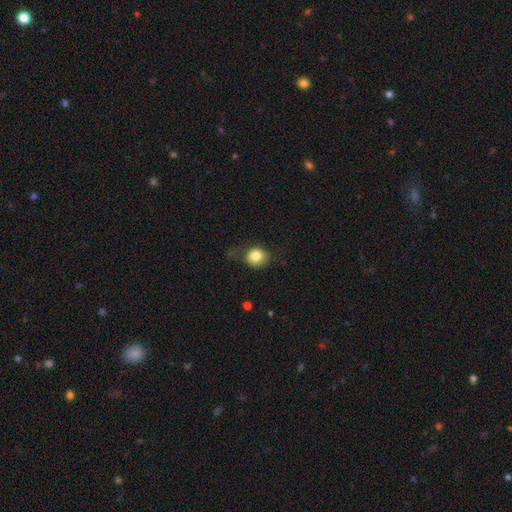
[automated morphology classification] A smooth galaxy with no disk features (82%) that is round (71%).

Vote fractions:
- Smooth or featured? smooth: 82% / star or artifact: 9% / featured or disk: 9%
- How rounded? round: 71% / in between: 28% / cigar-shaped: 1%
- Merging? none: 60% / minor disturbance: 25% / major disturbance: 13% / merger: 2%